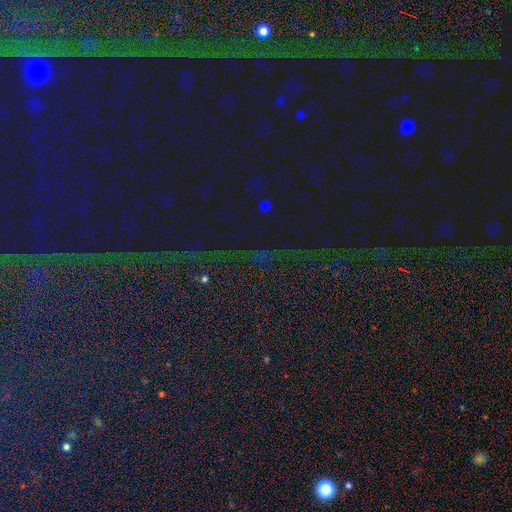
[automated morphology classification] Overall: star or artifact (85%).